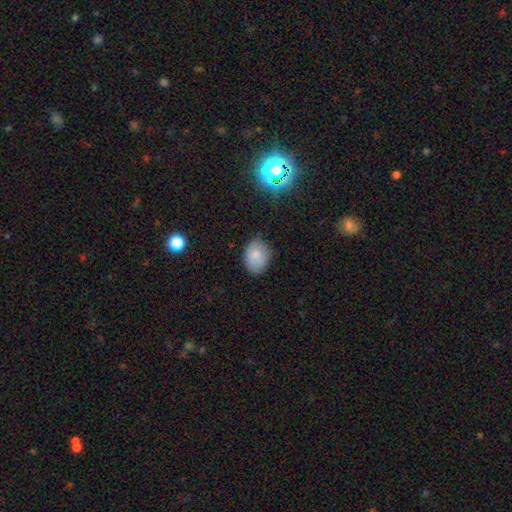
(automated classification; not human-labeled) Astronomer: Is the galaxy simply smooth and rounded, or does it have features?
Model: smooth — 84%.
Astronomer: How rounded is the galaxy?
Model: in between — 67%.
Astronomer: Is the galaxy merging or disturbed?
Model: none — 77%.